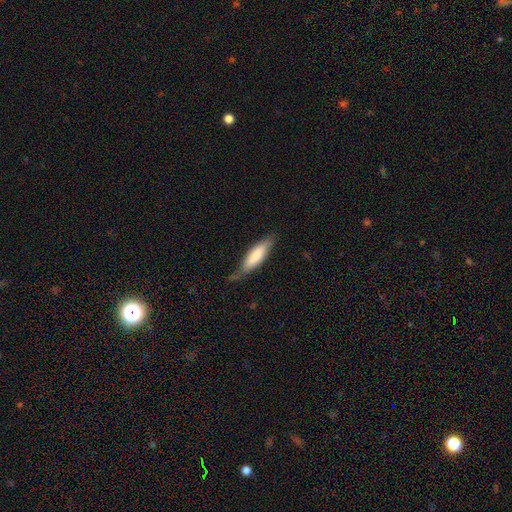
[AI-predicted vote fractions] The model was most divided on "how rounded": cigar-shaped: 59%, in between: 40%, round: 1%. More confident: smooth or featured — smooth (78%); merging — none (62%).